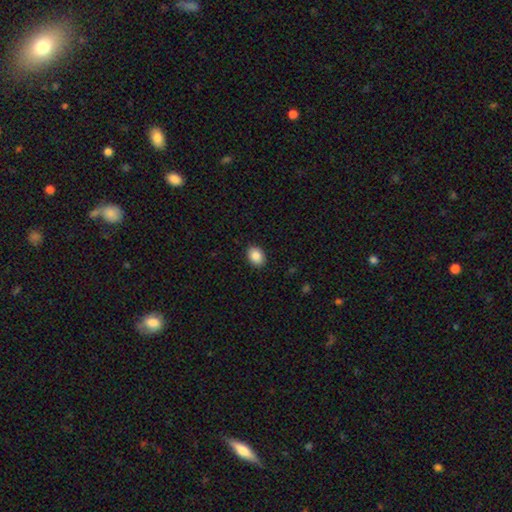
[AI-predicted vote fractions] Smooth or featured: smooth — 88% (star or artifact — 8%)
How rounded: in between — 71% (round — 28%)
Merging: none — 90% (minor disturbance — 7%)